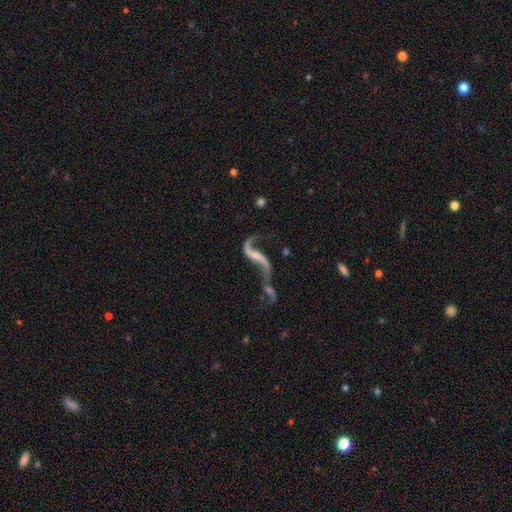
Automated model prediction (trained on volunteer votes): Morphology: type=featured or disk (84%); edge-on=no (93%); bar=no (43%); spiral arms=yes (89%); winding=loose (93%); arm count=2 (85%); bulge=small (40%); merging=merger (40%).